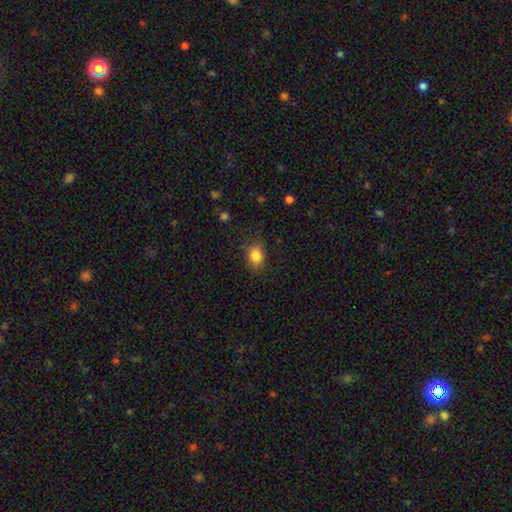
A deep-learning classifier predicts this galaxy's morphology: Smooth or featured? Predicted: smooth (p=0.85). How rounded? Predicted: in between (p=0.60). Merging? Predicted: none (p=0.79).